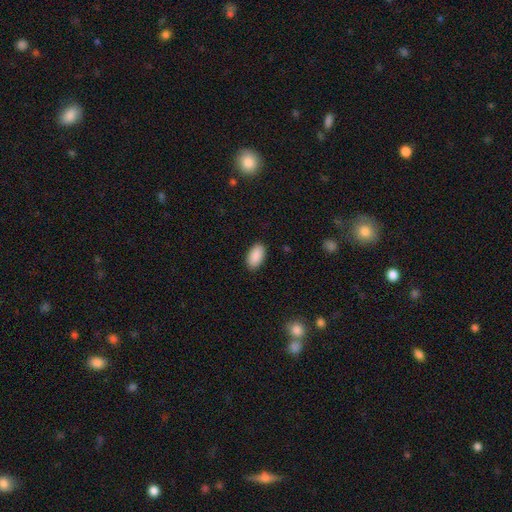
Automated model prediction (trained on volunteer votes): This is clearly a smooth galaxy (91%). How rounded: clearly in between (95%). Merging: clearly none (89%).